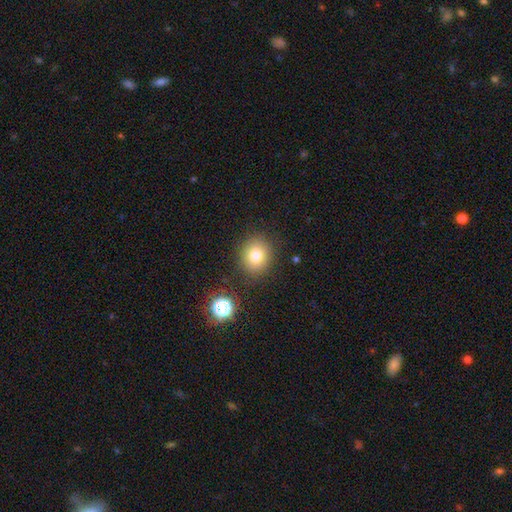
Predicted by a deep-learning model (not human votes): Smooth or featured?
  - smooth: 79% *
  - star or artifact: 13%
  - featured or disk: 8%
How rounded?
  - round: 78% *
  - in between: 21%
  - cigar-shaped: 1%
Merging?
  - none: 86% *
  - minor disturbance: 8%
  - major disturbance: 3%
  - merger: 2%